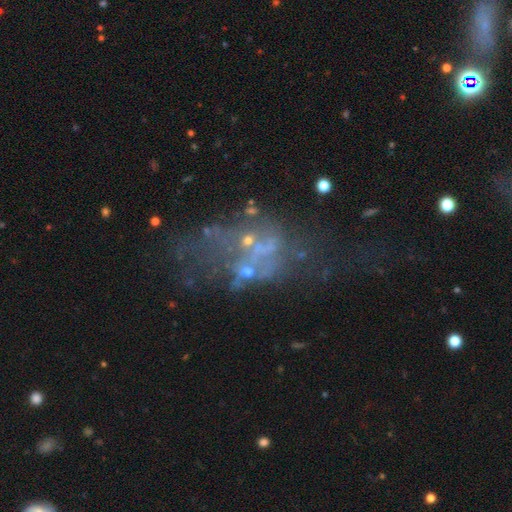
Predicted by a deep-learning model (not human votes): Smooth or featured: featured or disk — 56% (star or artifact — 27%)
Edge-on disk: no — 95% (yes — 5%)
Bar: no — 91% (weak — 7%)
Spiral arms: no — 93% (yes — 7%)
Bulge size: none — 71% (small — 19%)
Merging: major disturbance — 35% (none — 31%)